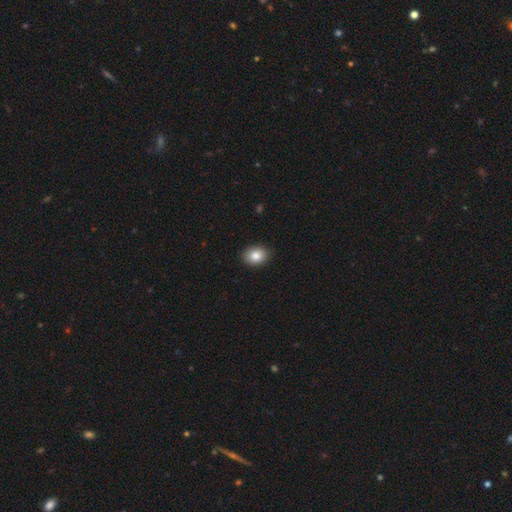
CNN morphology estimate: A smooth galaxy with no disk features (85%) that is in between round and cigar-shaped (67%).

Vote fractions:
- Smooth or featured? smooth: 85% / star or artifact: 8% / featured or disk: 7%
- How rounded? in between: 67% / round: 32% / cigar-shaped: 1%
- Merging? none: 89% / minor disturbance: 8% / major disturbance: 2% / merger: 1%